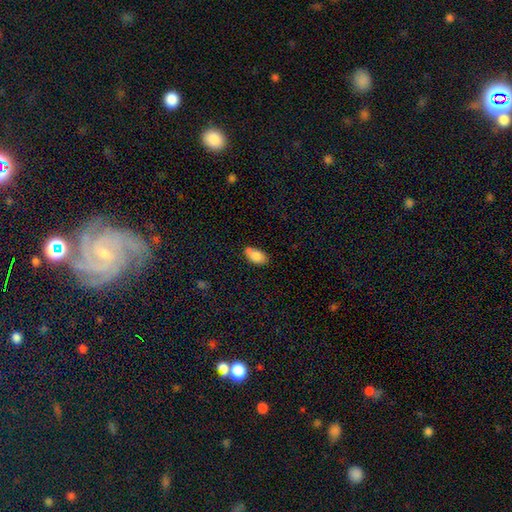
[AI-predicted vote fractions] Overall: smooth (83%). How rounded: in between (92%). Merging: none (61%; minor disturbance 24%).